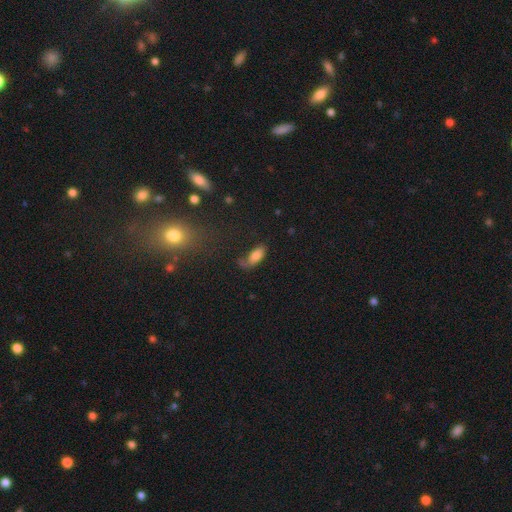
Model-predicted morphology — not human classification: Q: Smooth or featured?
A: smooth (77%); runner-up: featured or disk (14%)
Q: How rounded?
A: in between (86%); runner-up: cigar-shaped (11%)
Q: Merging?
A: none (45%); runner-up: minor disturbance (27%)